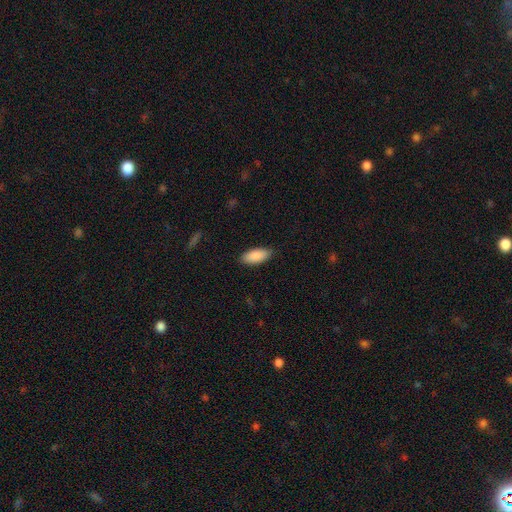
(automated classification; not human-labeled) smooth-or-featured: smooth: 89% | star or artifact: 6% | featured or disk: 5%
  how-rounded: in between: 88% | cigar-shaped: 10% | round: 2%
  merging: none: 85% | minor disturbance: 11% | major disturbance: 2% | merger: 1%